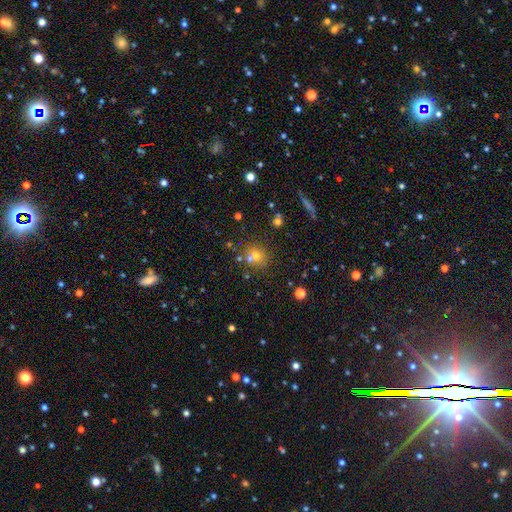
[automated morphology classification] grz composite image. It shows a smooth galaxy with no disk features (63%) that is round (85%). Merging: none (63%).